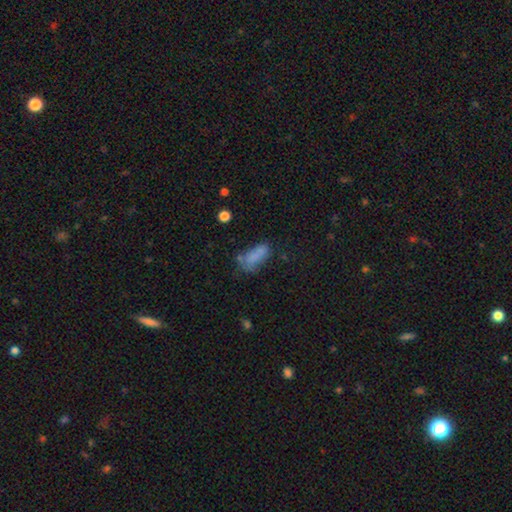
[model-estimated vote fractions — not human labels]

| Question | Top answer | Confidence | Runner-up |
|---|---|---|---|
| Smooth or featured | smooth | 77% | featured or disk (12%) |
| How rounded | in between | 77% | cigar-shaped (20%) |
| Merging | none | 46% | minor disturbance (28%) |